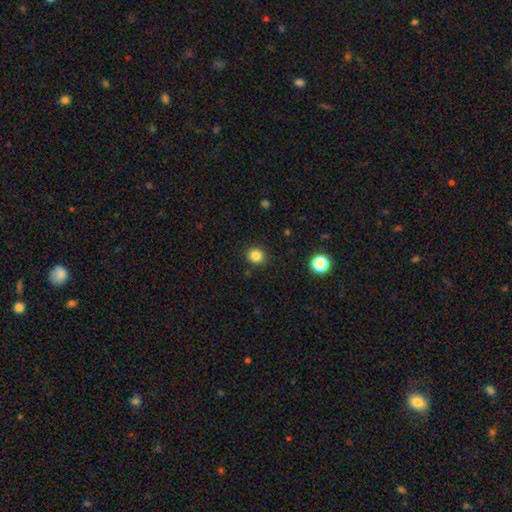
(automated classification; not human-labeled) smooth 83%, star or artifact 12%, featured or disk 4%. Down the decision tree: how rounded — round (81%); merging — none (90%).